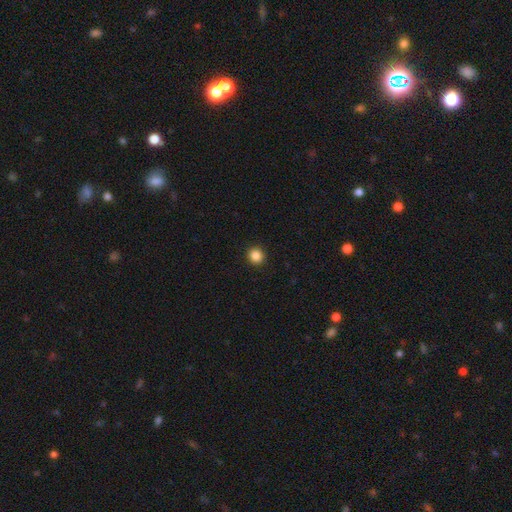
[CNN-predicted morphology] A smooth galaxy with no disk features (86%) that is round (93%).

Vote fractions:
- Smooth or featured? smooth: 86% / star or artifact: 11% / featured or disk: 3%
- How rounded? round: 93% / in between: 6% / cigar-shaped: 1%
- Merging? none: 93% / minor disturbance: 4% / major disturbance: 2% / merger: 1%